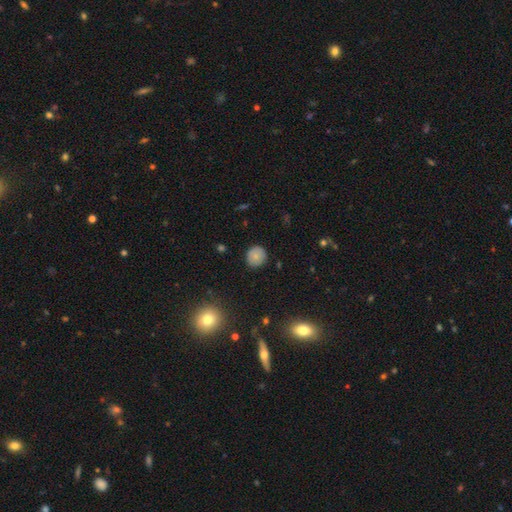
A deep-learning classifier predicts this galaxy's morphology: type=smooth (80%); roundness=round (88%); merging=none (84%).